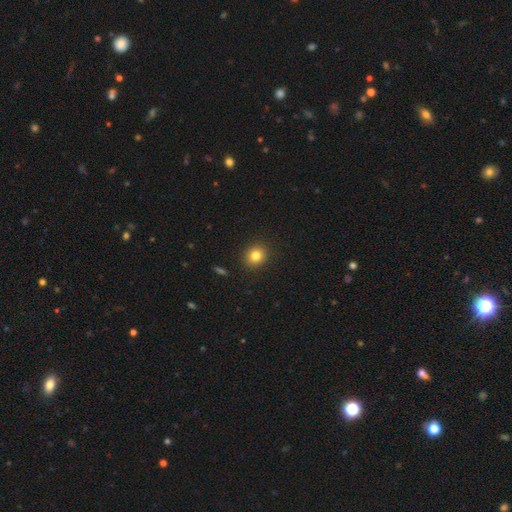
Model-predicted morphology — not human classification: Smooth or featured: smooth — 81% (star or artifact — 11%)
How rounded: round — 83% (in between — 16%)
Merging: none — 91% (minor disturbance — 6%)